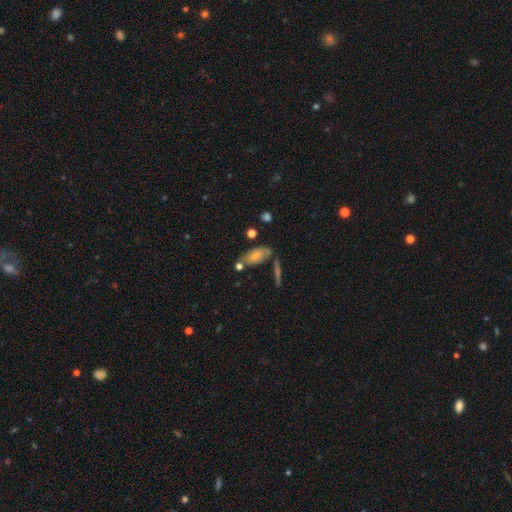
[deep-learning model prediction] Smooth or featured? smooth (63%)
How rounded? in between (84%)
Merging? none (59%)